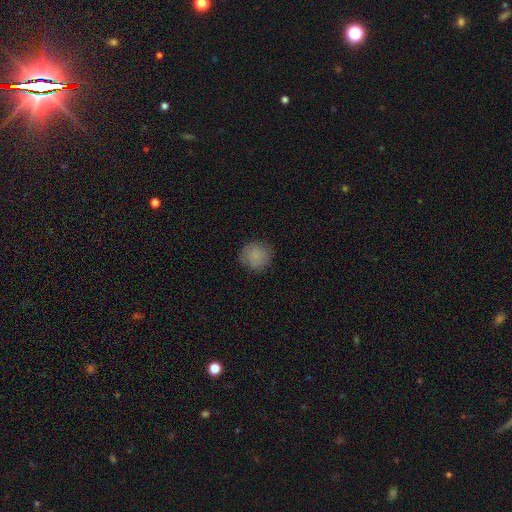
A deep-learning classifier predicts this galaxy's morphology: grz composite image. It shows a smooth galaxy with no disk features (86%) that is round (90%). Merging: none (85%).